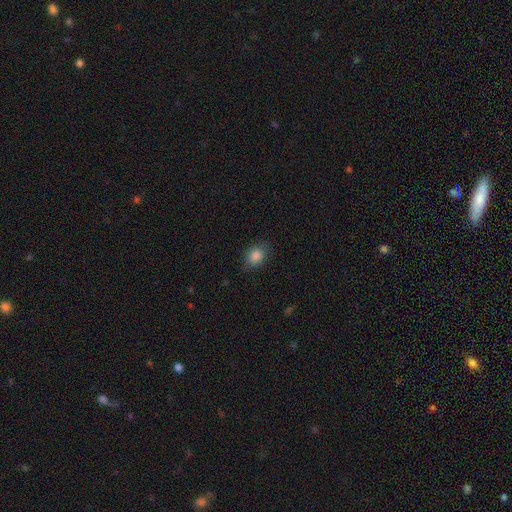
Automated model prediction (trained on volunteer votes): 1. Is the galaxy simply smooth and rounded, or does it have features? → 85% smooth, 9% star or artifact, 6% featured or disk.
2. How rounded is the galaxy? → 62% in between, 37% round, 1% cigar-shaped.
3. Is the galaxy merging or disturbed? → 76% none, 18% minor disturbance, 4% major disturbance, 1% merger.